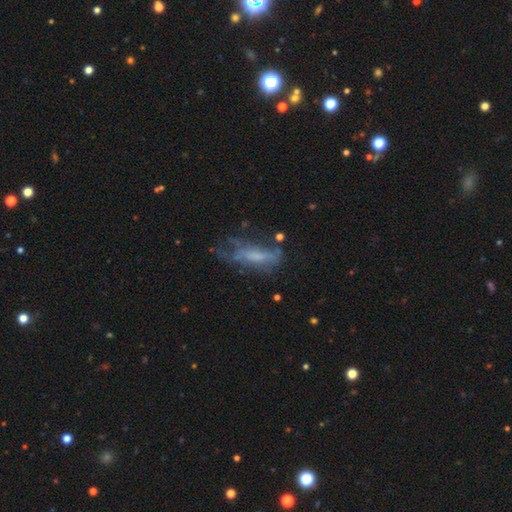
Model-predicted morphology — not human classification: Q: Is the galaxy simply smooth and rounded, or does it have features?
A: featured or disk — 48%.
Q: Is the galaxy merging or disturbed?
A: none — 38%.